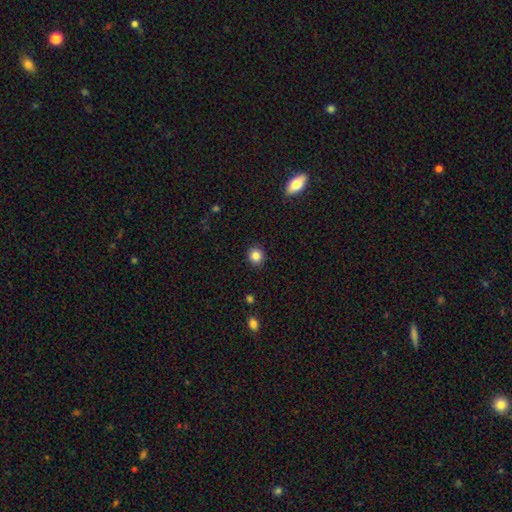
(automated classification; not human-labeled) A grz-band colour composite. It shows a smooth galaxy with no disk features (85%) that is round (84%). Merging: none (91%).